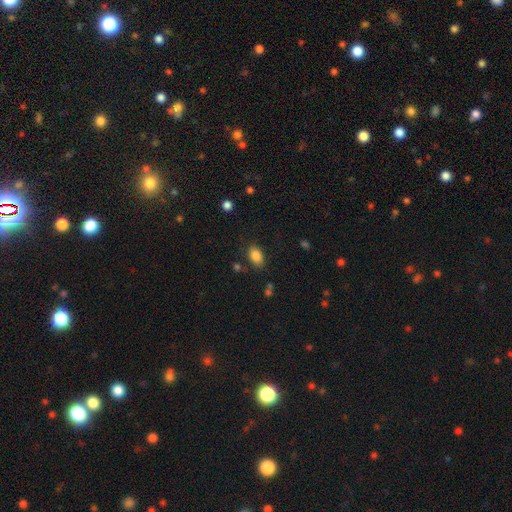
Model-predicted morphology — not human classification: The model was most divided on "merging": none: 79%, minor disturbance: 14%, major disturbance: 4%, merger: 3%. More confident: how rounded — in between (87%); smooth or featured — smooth (85%).